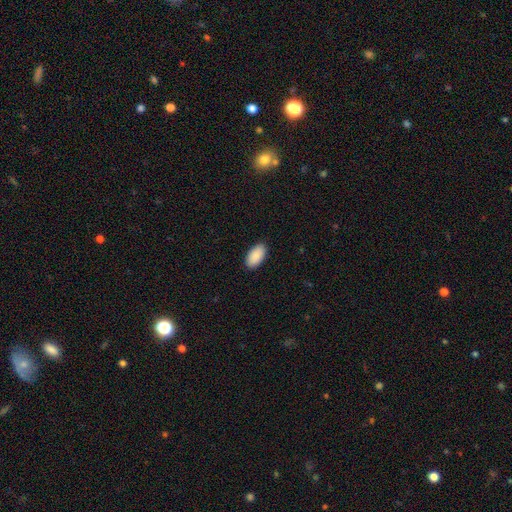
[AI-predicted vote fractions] Q: Smooth or featured?
A: smooth (89%); runner-up: star or artifact (6%)
Q: How rounded?
A: in between (96%); runner-up: round (2%)
Q: Merging?
A: none (90%); runner-up: minor disturbance (8%)